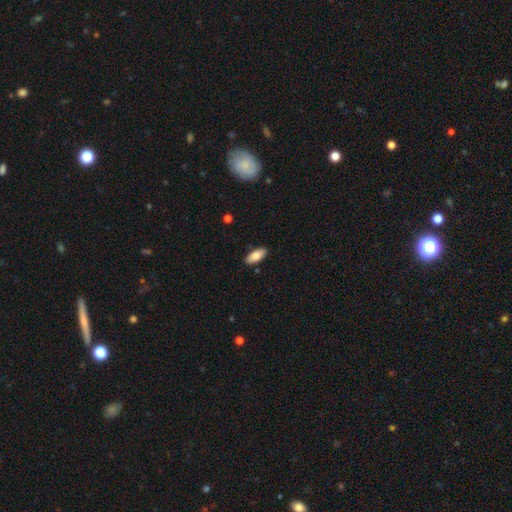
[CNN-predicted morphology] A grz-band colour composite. It shows a smooth galaxy with no disk features (82%) that is in between round and cigar-shaped (86%). Merging: none (89%).